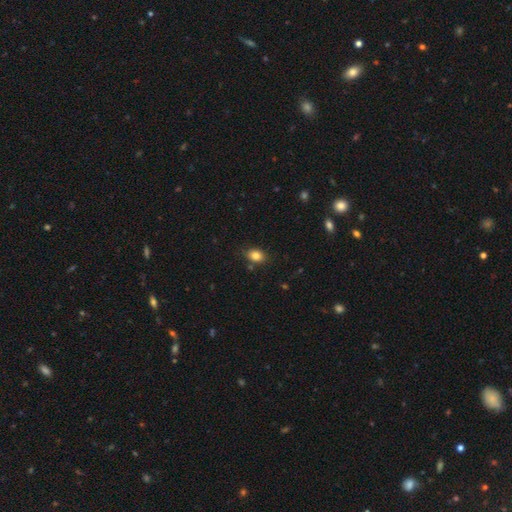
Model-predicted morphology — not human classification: This is clearly a smooth galaxy (83%). How rounded: likely in between (71%). Merging: clearly none (80%).